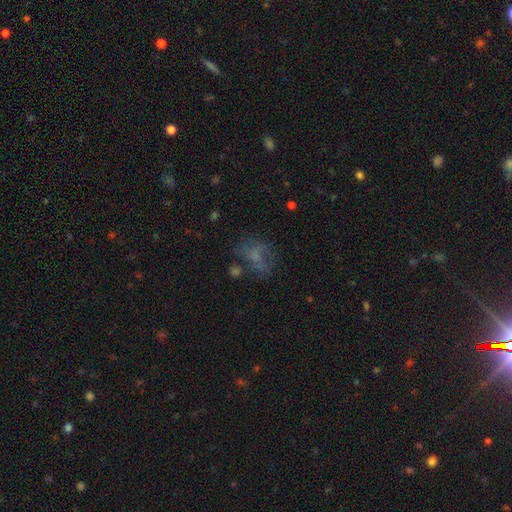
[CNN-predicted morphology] Q: Smooth or featured?
A: smooth (43%); runner-up: featured or disk (34%)
Q: Merging?
A: none (43%); runner-up: major disturbance (29%)